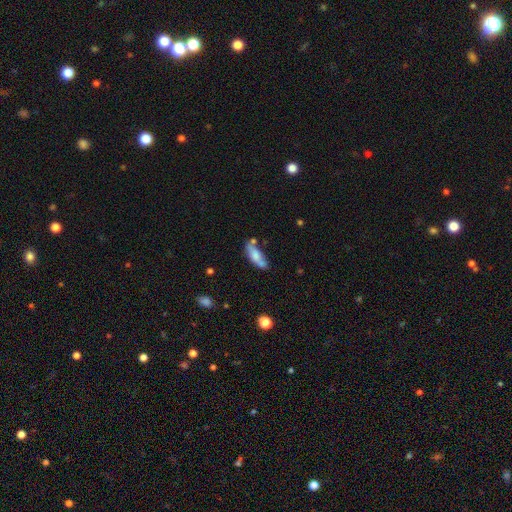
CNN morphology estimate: A smooth galaxy with no disk features (65%) that is in between round and cigar-shaped (58%).

Vote fractions:
- Smooth or featured? smooth: 65% / featured or disk: 28% / star or artifact: 7%
- How rounded? in between: 58% / cigar-shaped: 39% / round: 2%
- Merging? none: 54% / minor disturbance: 23% / merger: 15% / major disturbance: 8%